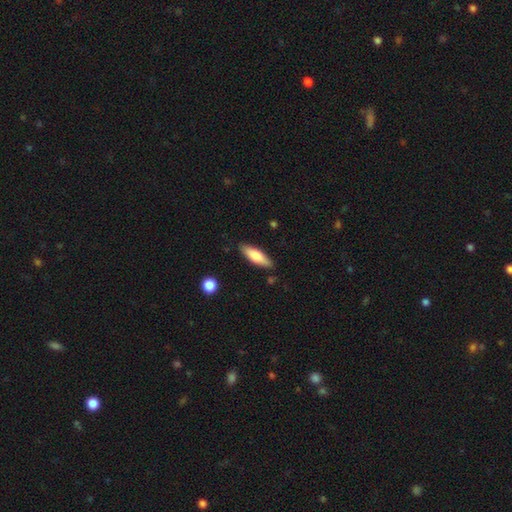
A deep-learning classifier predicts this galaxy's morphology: Overall: smooth (73%). How rounded: in between (50%; cigar-shaped 48%). Merging: none (85%).